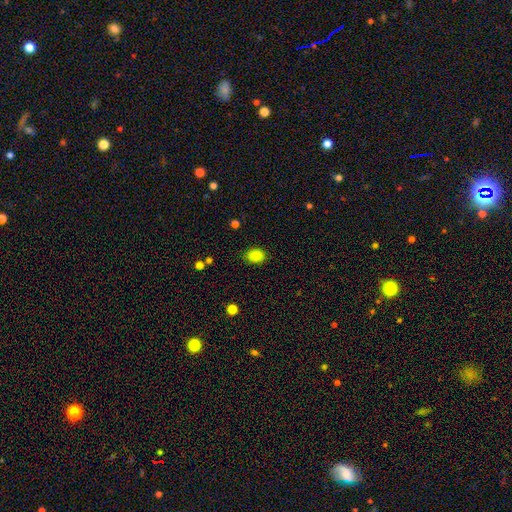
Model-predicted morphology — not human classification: Smooth or featured? smooth (86%)
How rounded? in between (57%)
Merging? none (85%)